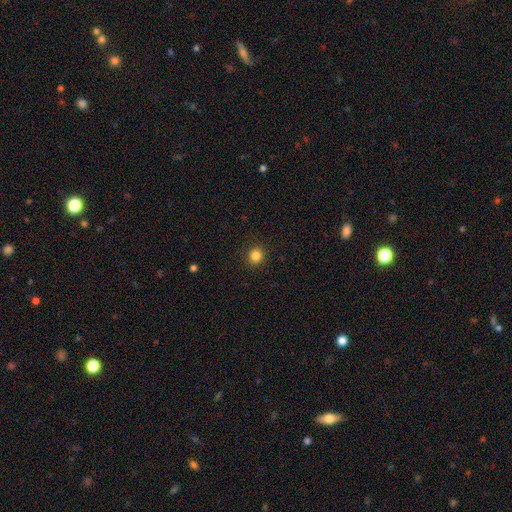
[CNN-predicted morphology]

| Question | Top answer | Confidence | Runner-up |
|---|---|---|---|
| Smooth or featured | smooth | 84% | star or artifact (12%) |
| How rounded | round | 90% | in between (9%) |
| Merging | none | 92% | minor disturbance (5%) |